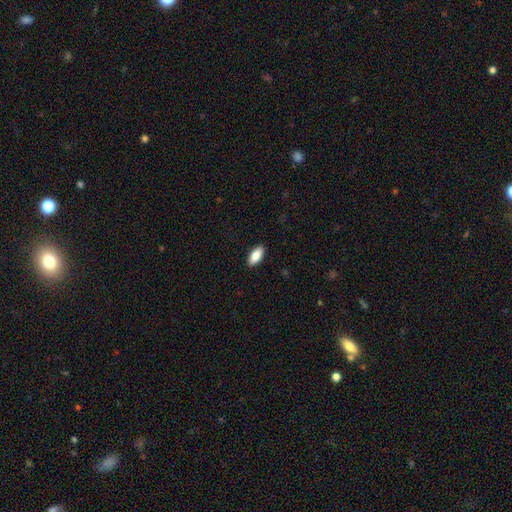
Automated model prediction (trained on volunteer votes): Smooth or featured? smooth (84%)
How rounded? in between (86%)
Merging? none (90%)